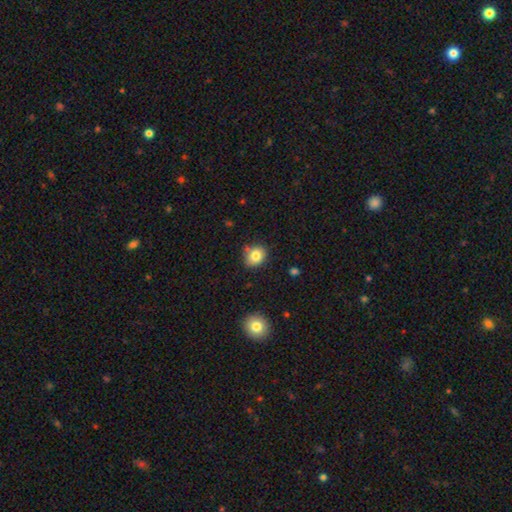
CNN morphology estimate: Smooth or featured? Predicted: smooth (p=0.82). How rounded? Predicted: round (p=0.64). Merging? Predicted: none (p=0.75).